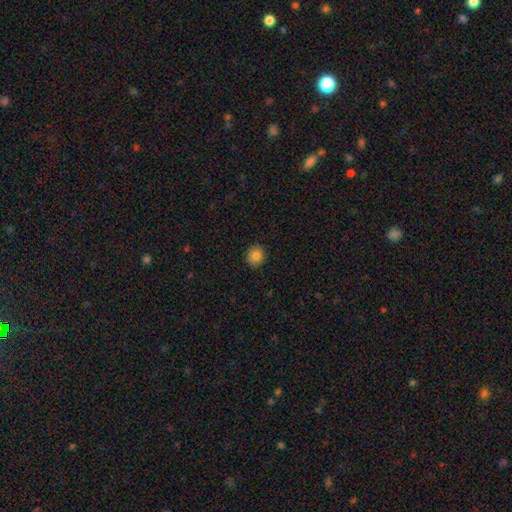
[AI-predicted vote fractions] A smooth galaxy with no disk features (85%) that is round (85%).

Vote fractions:
- Smooth or featured? smooth: 85% / star or artifact: 10% / featured or disk: 5%
- How rounded? round: 85% / in between: 14% / cigar-shaped: 1%
- Merging? none: 90% / minor disturbance: 7% / major disturbance: 2% / merger: 1%